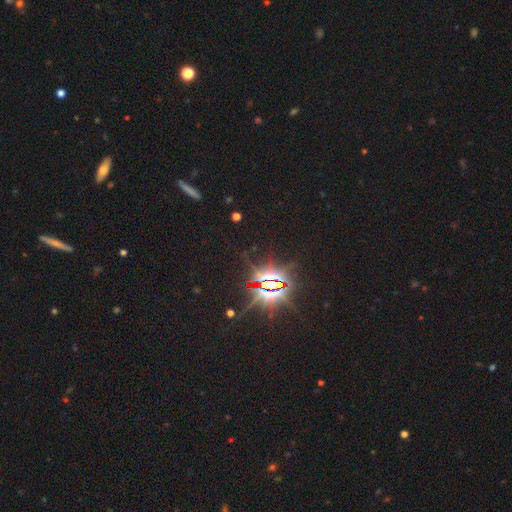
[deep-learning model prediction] A star or artifact, not a galaxy (86%).